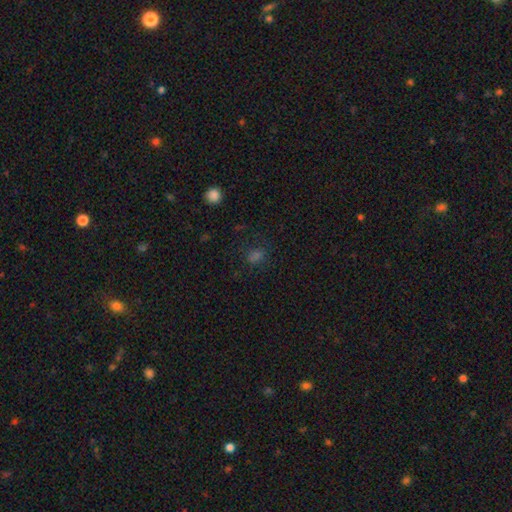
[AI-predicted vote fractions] smooth-or-featured: smooth: 60% | star or artifact: 33% | featured or disk: 7%
  how-rounded: round: 55% | in between: 44% | cigar-shaped: 2%
  merging: none: 73% | minor disturbance: 16% | major disturbance: 8% | merger: 3%